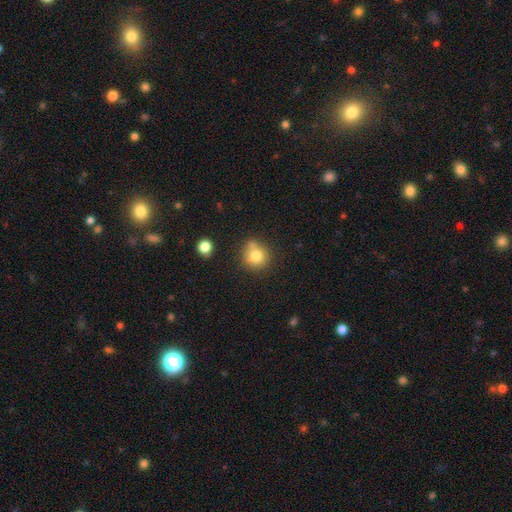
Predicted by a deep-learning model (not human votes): This appears to be a smooth galaxy with no disk features (78%) that is round (87%). Merging: none (63%).